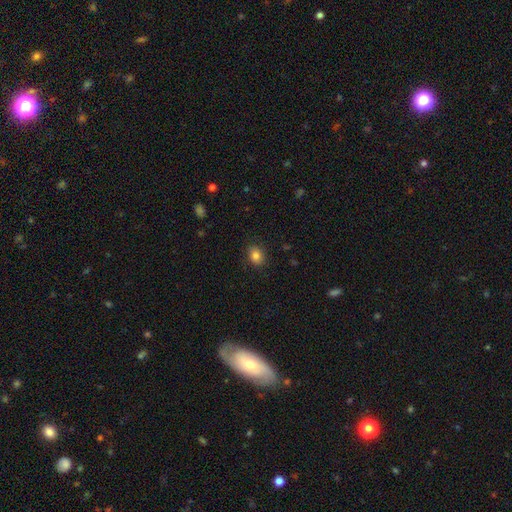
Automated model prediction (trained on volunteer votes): Overall: smooth (84%). How rounded: in between (53%; round 46%). Merging: none (88%).